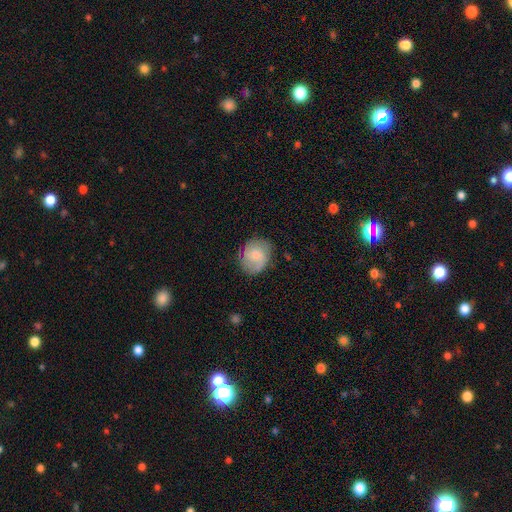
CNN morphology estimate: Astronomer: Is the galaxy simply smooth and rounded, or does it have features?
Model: smooth — 50% (runner-up: featured or disk, 42%).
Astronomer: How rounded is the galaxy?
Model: round — 63%.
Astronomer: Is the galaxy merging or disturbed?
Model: none — 71%.